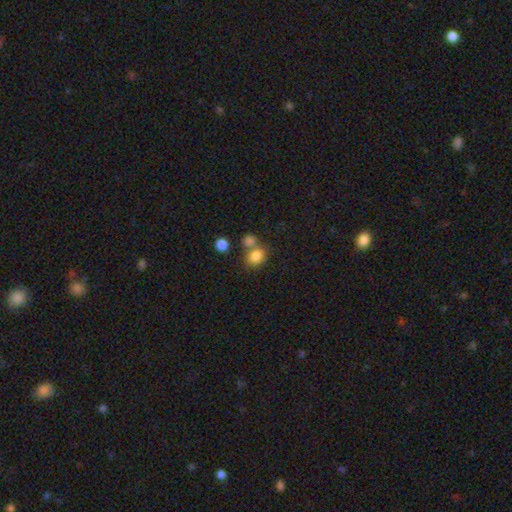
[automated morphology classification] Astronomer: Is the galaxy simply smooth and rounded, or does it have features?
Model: smooth — 82%.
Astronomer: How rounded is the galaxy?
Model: round — 61% (runner-up: in between, 38%).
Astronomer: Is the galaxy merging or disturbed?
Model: none — 50% (runner-up: merger, 34%).